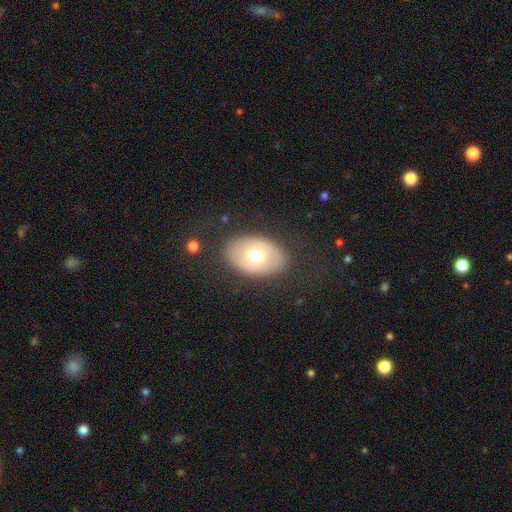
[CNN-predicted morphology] Smooth or featured? smooth (62%)
How rounded? in between (86%)
Merging? none (84%)